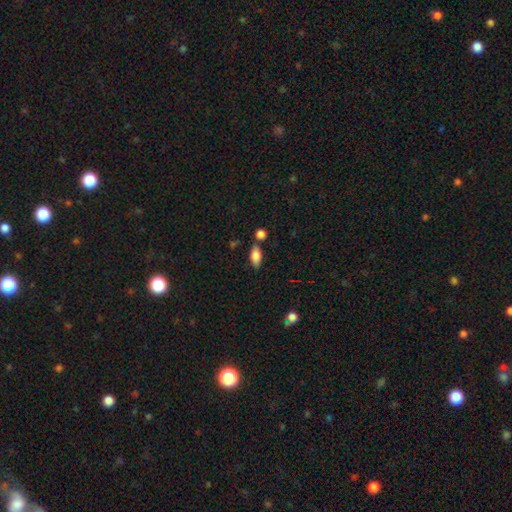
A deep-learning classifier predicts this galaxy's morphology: This is clearly a smooth galaxy (84%). How rounded: clearly in between (87%). Merging: likely none (71%).